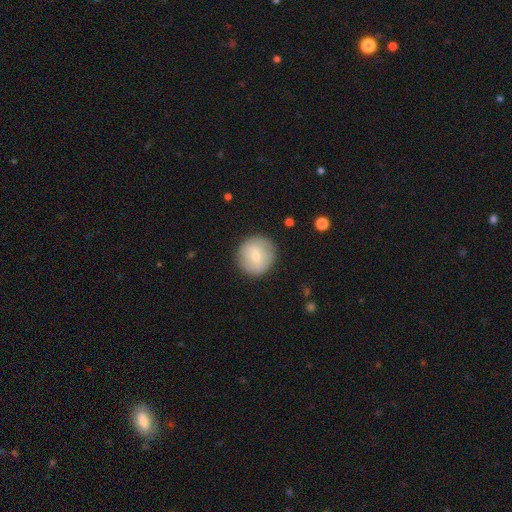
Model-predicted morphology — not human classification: A smooth galaxy with no disk features (65%) that is round (94%).

Vote fractions:
- Smooth or featured? smooth: 65% / featured or disk: 28% / star or artifact: 7%
- How rounded? round: 94% / in between: 5% / cigar-shaped: 1%
- Merging? none: 85% / minor disturbance: 10% / major disturbance: 3% / merger: 1%